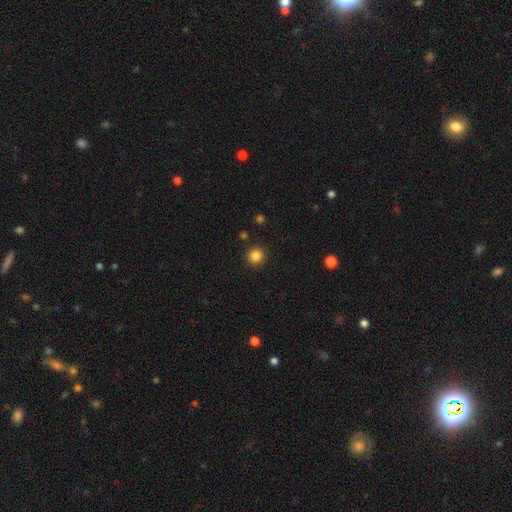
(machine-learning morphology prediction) The model was most divided on "smooth or featured": smooth: 84%, star or artifact: 12%, featured or disk: 4%. More confident: how rounded — round (93%); merging — none (91%).